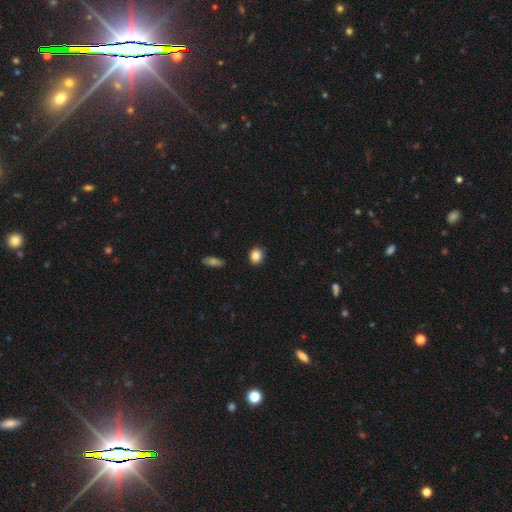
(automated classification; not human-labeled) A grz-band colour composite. It shows a smooth galaxy with no disk features (86%) that is round (69%). Merging: none (90%).